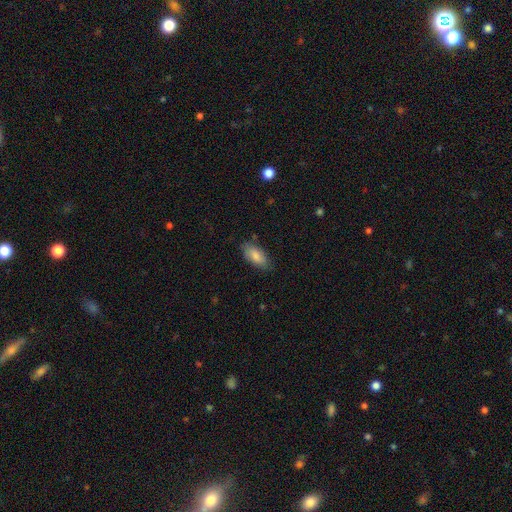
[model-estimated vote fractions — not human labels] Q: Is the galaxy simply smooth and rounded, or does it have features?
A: smooth — 83%.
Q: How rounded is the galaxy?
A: in between — 89%.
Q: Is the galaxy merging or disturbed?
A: none — 78%.